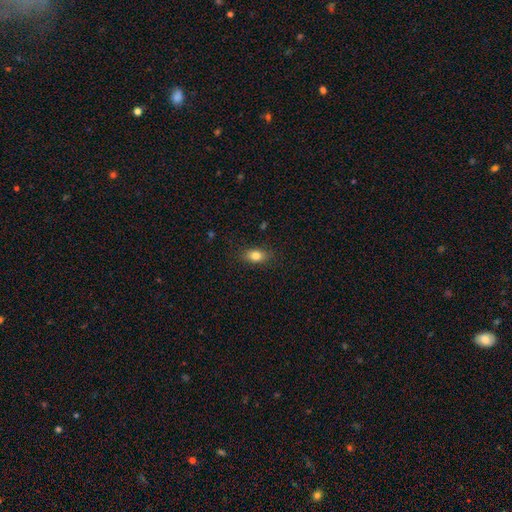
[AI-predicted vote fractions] smooth 82%, star or artifact 9%, featured or disk 9%. Down the decision tree: how rounded — in between (81%); merging — none (85%).